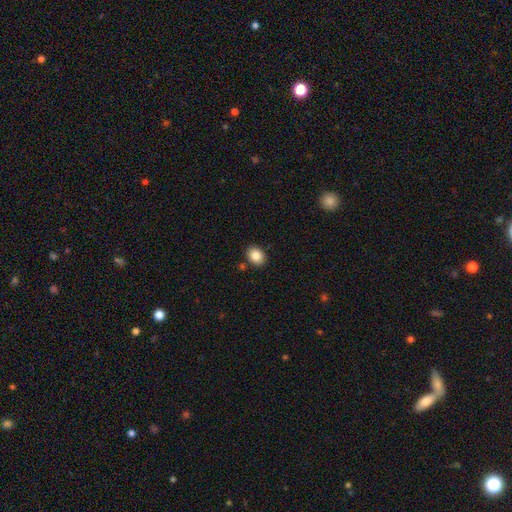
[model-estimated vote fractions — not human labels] Smooth or featured: smooth — 87% (star or artifact — 8%)
How rounded: in between — 59% (round — 40%)
Merging: none — 85% (minor disturbance — 9%)